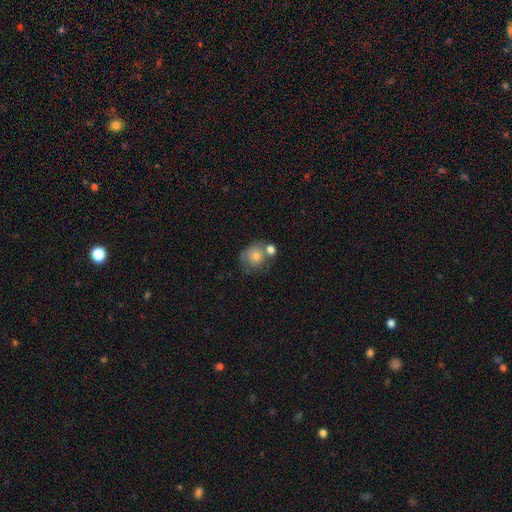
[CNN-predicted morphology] smooth_or_featured: smooth (p=0.63) [alt: featured or disk p=0.28]
how_rounded: round (p=0.80) [alt: in between p=0.19]
merging: none (p=0.43) [alt: merger p=0.31]